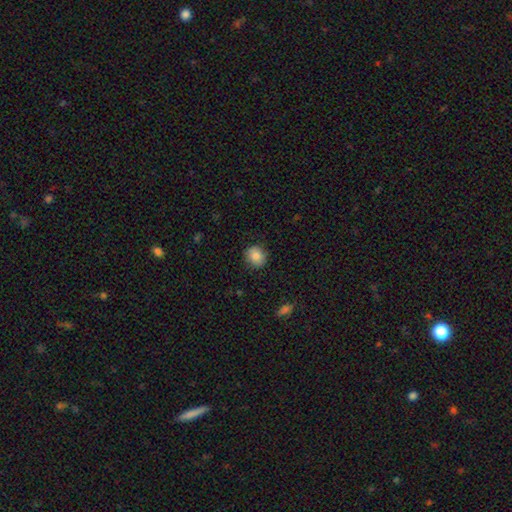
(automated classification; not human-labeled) This appears to be a smooth galaxy with no disk features (85%) that is round (77%). Merging: none (87%).